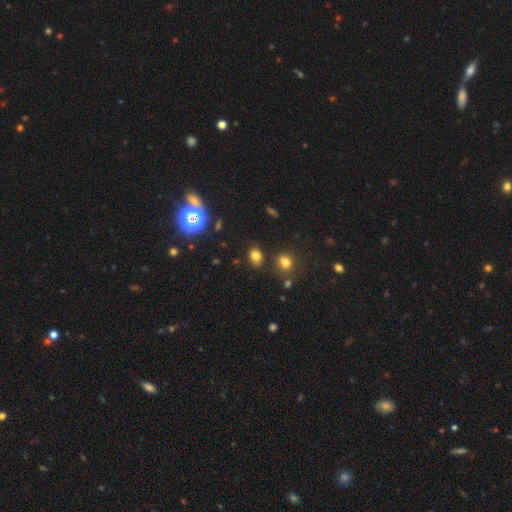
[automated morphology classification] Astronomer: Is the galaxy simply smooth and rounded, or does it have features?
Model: smooth — 76%.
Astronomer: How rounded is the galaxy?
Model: in between — 60% (runner-up: round, 39%).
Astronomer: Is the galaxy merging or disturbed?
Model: none — 79%.